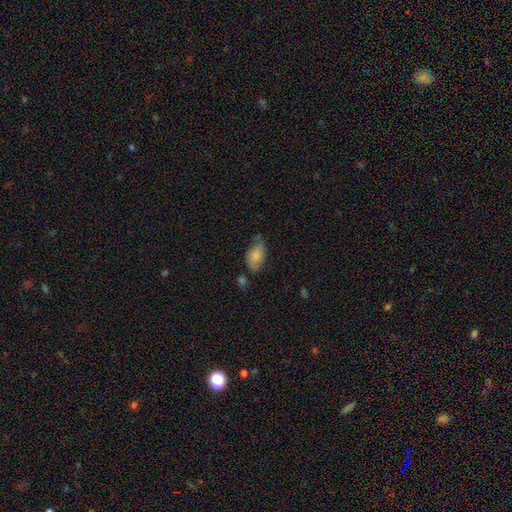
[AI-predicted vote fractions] A smooth galaxy with no disk features (80%) that is in between round and cigar-shaped (92%).

Vote fractions:
- Smooth or featured? smooth: 80% / featured or disk: 12% / star or artifact: 7%
- How rounded? in between: 92% / round: 6% / cigar-shaped: 2%
- Merging? none: 47% / minor disturbance: 35% / major disturbance: 10% / merger: 7%